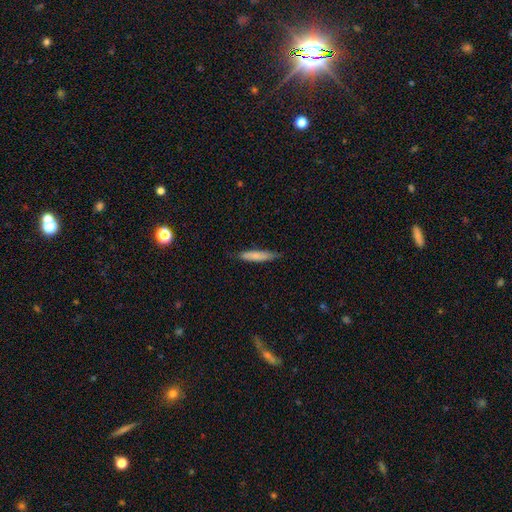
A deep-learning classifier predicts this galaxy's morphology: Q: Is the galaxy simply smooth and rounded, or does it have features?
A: smooth — 75%.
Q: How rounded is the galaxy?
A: cigar-shaped — 84%.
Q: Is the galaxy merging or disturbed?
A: none — 77%.